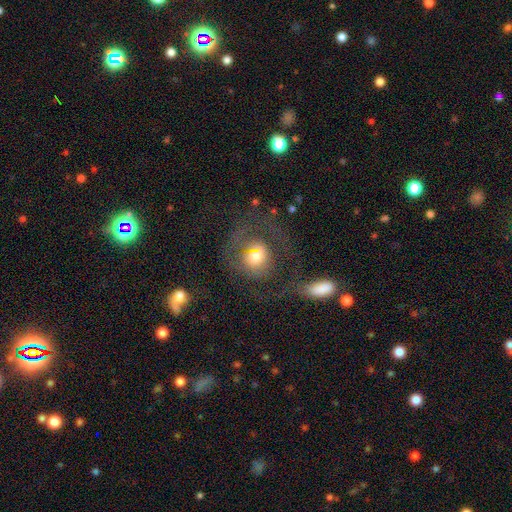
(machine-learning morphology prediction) This is possibly a featured or disk galaxy (51%). It is clearly not viewed edge-on (96%). Merging: marginally none (44%).